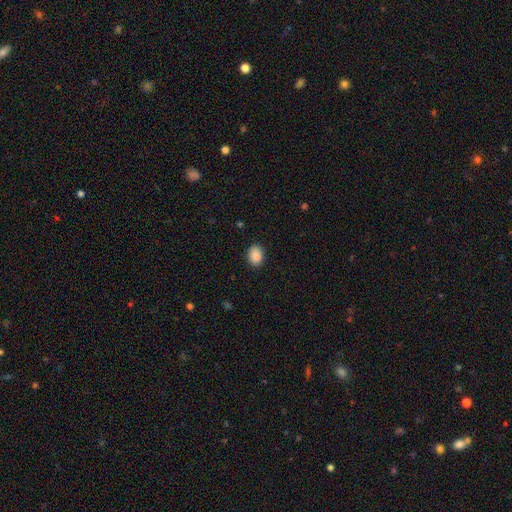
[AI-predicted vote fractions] Q: Smooth or featured?
A: smooth (89%); runner-up: star or artifact (8%)
Q: How rounded?
A: in between (73%); runner-up: round (26%)
Q: Merging?
A: none (86%); runner-up: minor disturbance (11%)